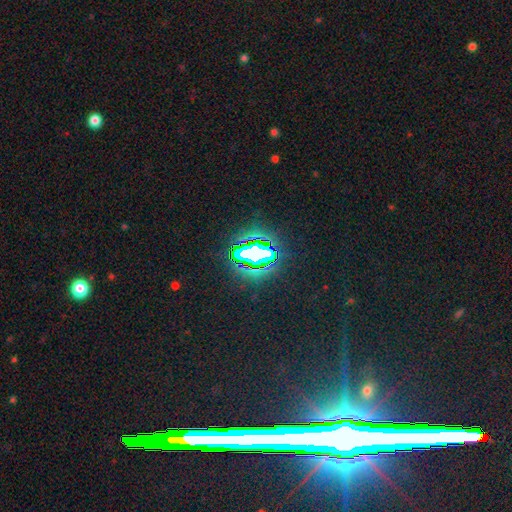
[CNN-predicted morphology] A star or artifact, not a galaxy (70%).